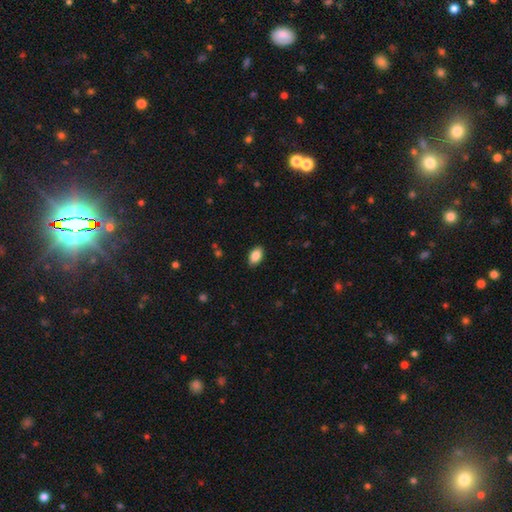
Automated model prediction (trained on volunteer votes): A smooth galaxy with no disk features (87%) that is in between round and cigar-shaped (93%). Merging: none (88%).